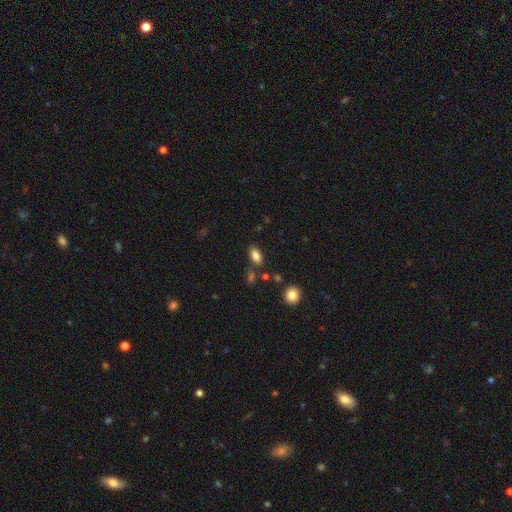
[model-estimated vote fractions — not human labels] Smooth or featured? smooth (84%)
How rounded? in between (90%)
Merging? none (76%)